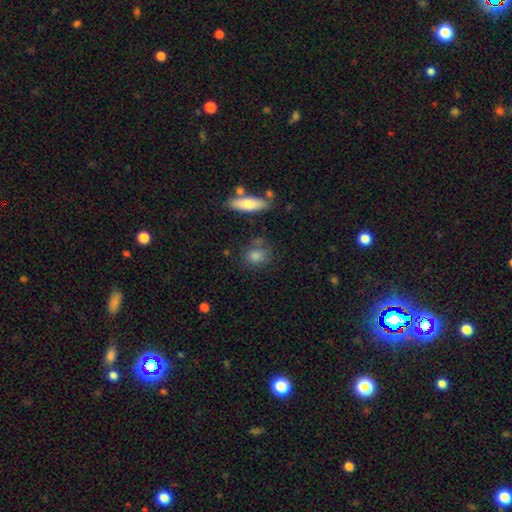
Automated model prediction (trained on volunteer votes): Q: Smooth or featured?
A: smooth (78%); runner-up: featured or disk (12%)
Q: How rounded?
A: round (59%); runner-up: in between (36%)
Q: Merging?
A: none (67%); runner-up: minor disturbance (19%)